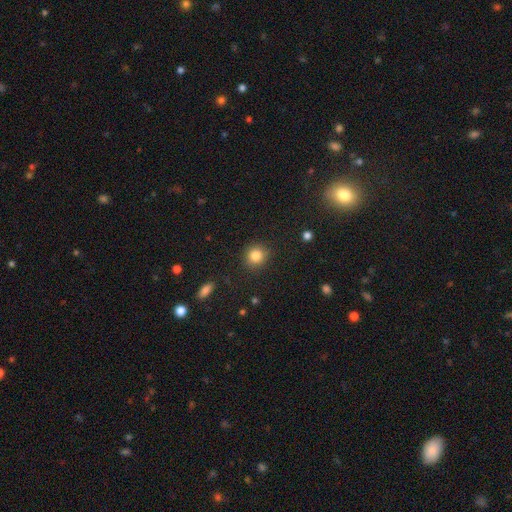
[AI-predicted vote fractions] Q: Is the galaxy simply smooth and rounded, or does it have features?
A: smooth — 83%.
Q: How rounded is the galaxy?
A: round — 88%.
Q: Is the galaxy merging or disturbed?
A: none — 88%.